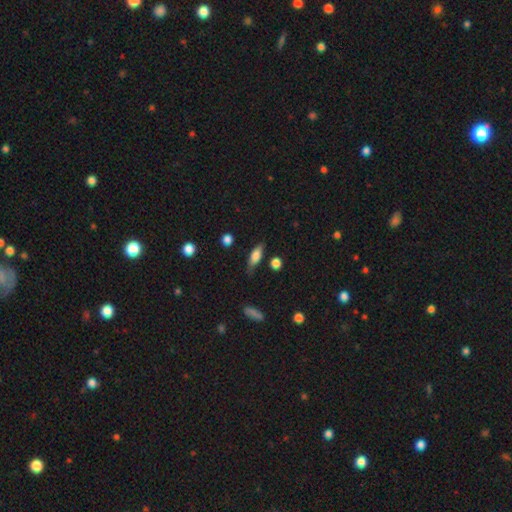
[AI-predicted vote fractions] This is likely a smooth galaxy (74%). How rounded: likely in between (62%). Merging: likely none (70%).